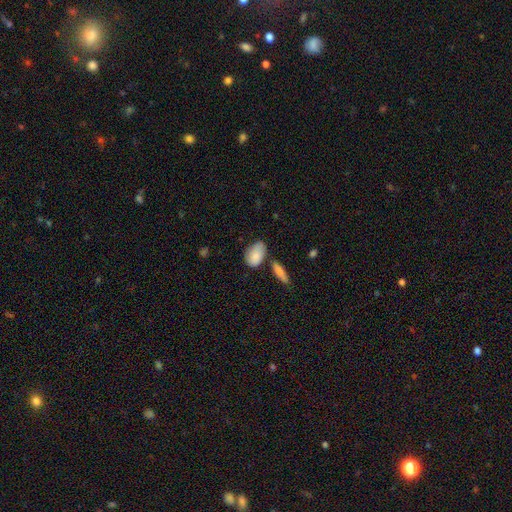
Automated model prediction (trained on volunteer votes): smooth-or-featured: smooth: 83% | featured or disk: 10% | star or artifact: 6%
  how-rounded: in between: 89% | round: 8% | cigar-shaped: 2%
  merging: none: 56% | minor disturbance: 25% | merger: 13% | major disturbance: 6%